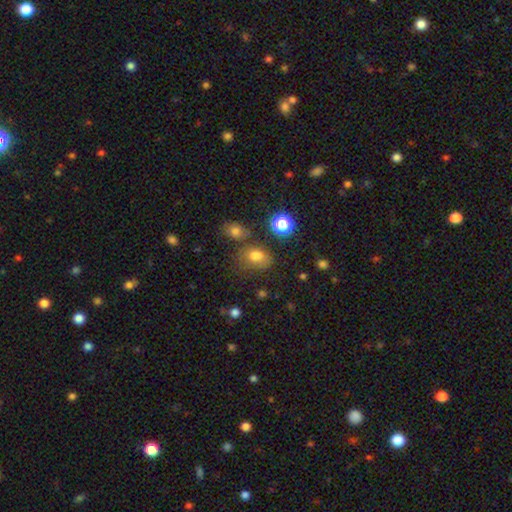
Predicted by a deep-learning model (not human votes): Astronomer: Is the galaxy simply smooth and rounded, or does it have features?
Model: smooth — 71%.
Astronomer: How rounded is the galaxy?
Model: in between — 69%.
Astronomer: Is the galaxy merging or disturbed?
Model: none — 56%.